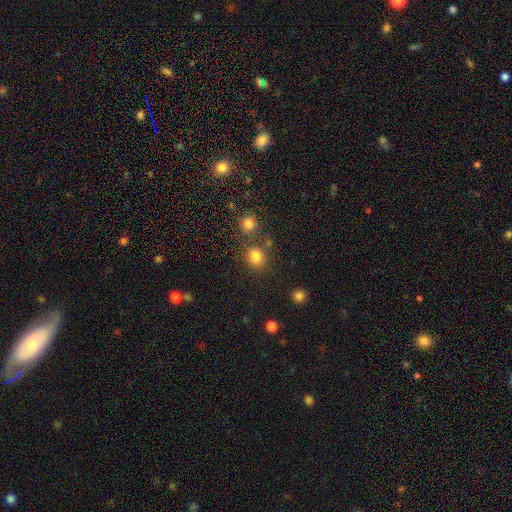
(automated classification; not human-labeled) smooth_or_featured: smooth (p=0.82) [alt: star or artifact p=0.14]
how_rounded: round (p=0.86) [alt: in between p=0.13]
merging: none (p=0.77) [alt: merger p=0.11]